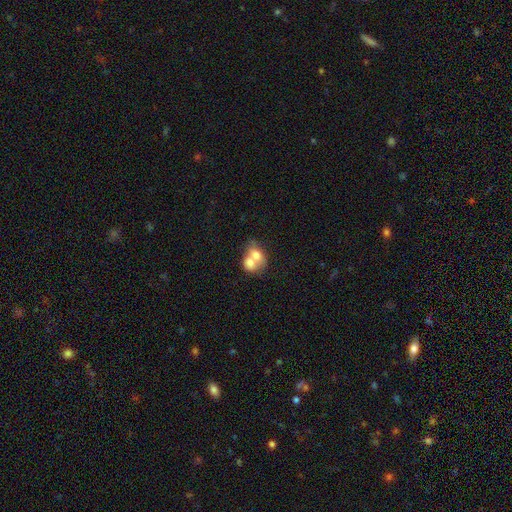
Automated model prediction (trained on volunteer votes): The model was most divided on "how rounded": in between: 55%, round: 44%, cigar-shaped: 1%. More confident: merging — merger (76%); smooth or featured — smooth (67%).